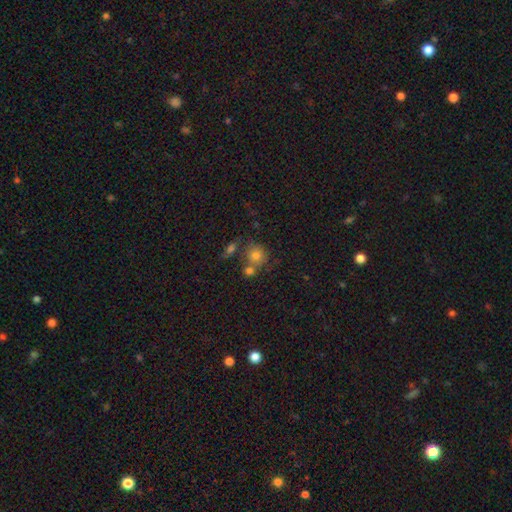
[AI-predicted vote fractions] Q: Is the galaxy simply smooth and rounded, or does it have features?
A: smooth — 75%.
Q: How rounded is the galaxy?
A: round — 82%.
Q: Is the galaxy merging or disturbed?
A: none — 54%.